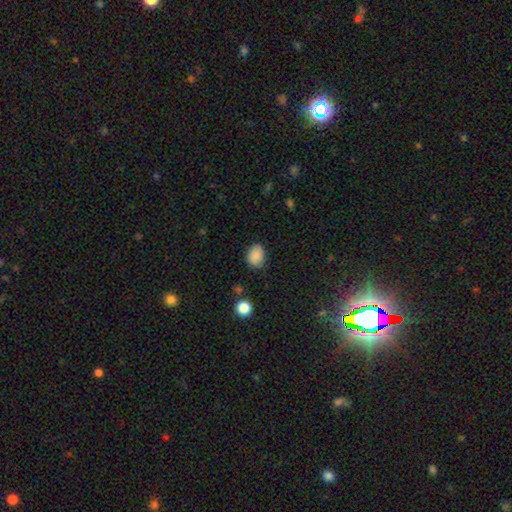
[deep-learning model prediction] smooth 87%, star or artifact 9%, featured or disk 4%. Down the decision tree: how rounded — in between (53%); merging — none (80%).